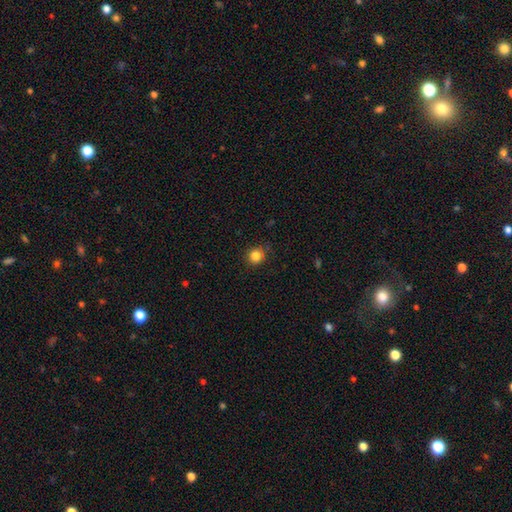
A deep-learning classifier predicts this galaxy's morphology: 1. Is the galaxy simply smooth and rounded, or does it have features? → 84% smooth, 12% star or artifact, 4% featured or disk.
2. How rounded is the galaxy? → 90% round, 9% in between, 1% cigar-shaped.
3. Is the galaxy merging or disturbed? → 87% none, 9% minor disturbance, 3% major disturbance, 1% merger.